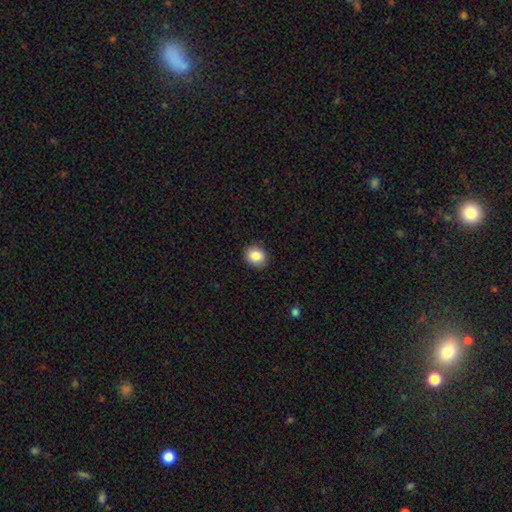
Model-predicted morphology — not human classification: smooth-or-featured: smooth: 85% | star or artifact: 9% | featured or disk: 6%
  how-rounded: round: 65% | in between: 34% | cigar-shaped: 1%
  merging: none: 90% | minor disturbance: 7% | major disturbance: 2% | merger: 1%